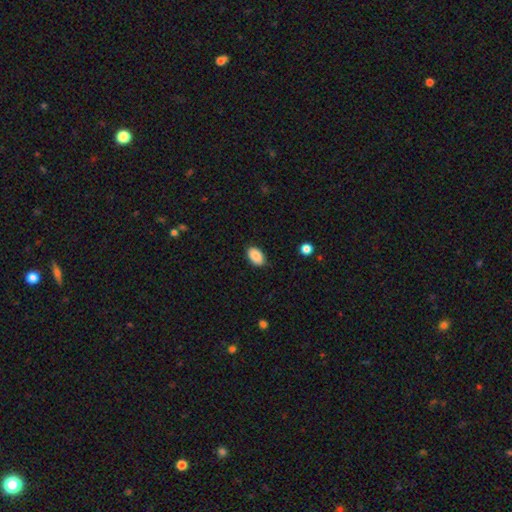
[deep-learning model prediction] A smooth galaxy with no disk features (89%) that is in between round and cigar-shaped (92%). Merging: none (86%).